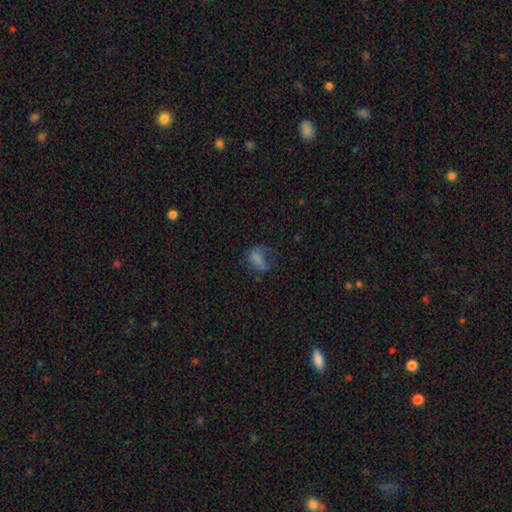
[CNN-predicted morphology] Q: Smooth or featured?
A: smooth (45%); runner-up: star or artifact (32%)
Q: Merging?
A: none (64%); runner-up: minor disturbance (19%)